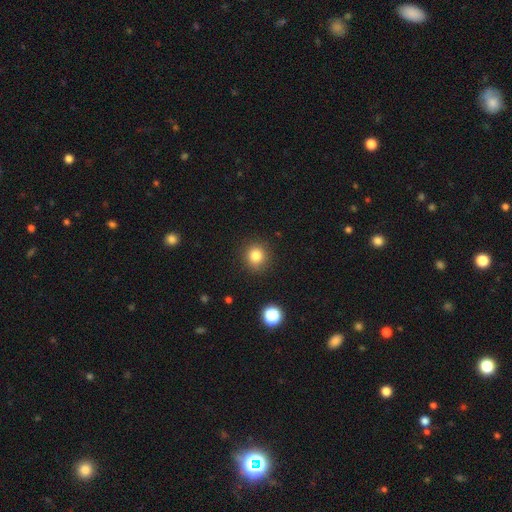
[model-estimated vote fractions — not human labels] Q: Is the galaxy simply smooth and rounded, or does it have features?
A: smooth — 83%.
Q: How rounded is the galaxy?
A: round — 88%.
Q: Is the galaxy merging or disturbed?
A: none — 89%.